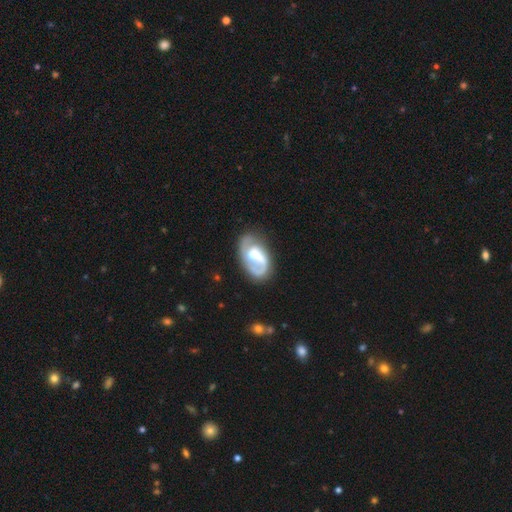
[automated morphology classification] type=featured or disk (70%); edge-on=no (97%); bar=weak (47%); spiral arms=yes (84%); winding=medium (41%); arm count=1 (46%); bulge=moderate (40%); merging=none (55%).